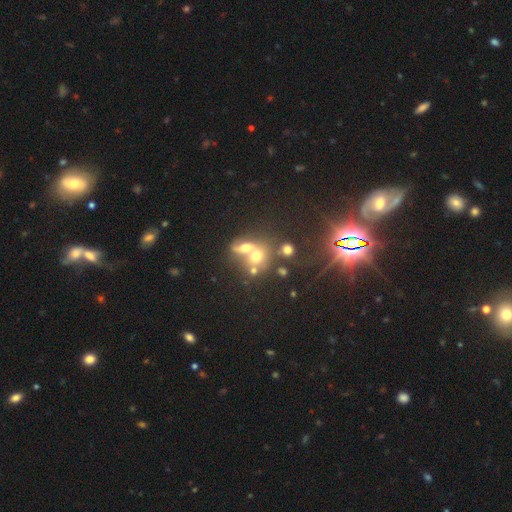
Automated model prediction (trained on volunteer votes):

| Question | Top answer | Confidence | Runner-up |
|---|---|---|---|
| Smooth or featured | smooth | 54% | featured or disk (26%) |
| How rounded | round | 59% | in between (39%) |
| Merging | merger | 62% | none (24%) |